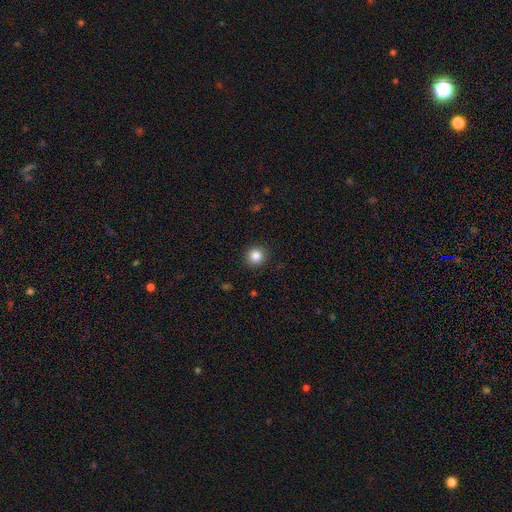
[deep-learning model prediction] Smooth or featured?
  - smooth: 85% *
  - star or artifact: 10%
  - featured or disk: 4%
How rounded?
  - round: 93% *
  - in between: 6%
  - cigar-shaped: 1%
Merging?
  - none: 91% *
  - minor disturbance: 6%
  - major disturbance: 2%
  - merger: 1%